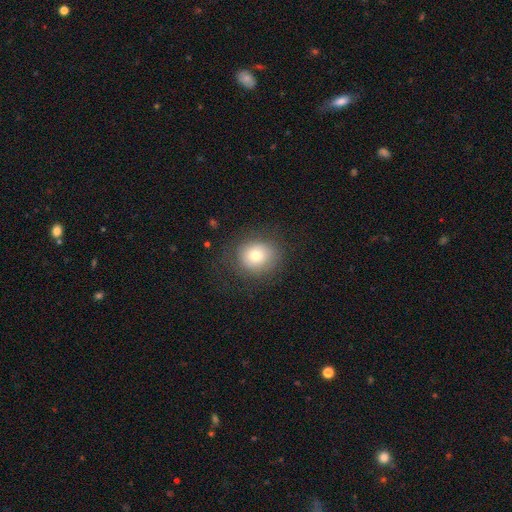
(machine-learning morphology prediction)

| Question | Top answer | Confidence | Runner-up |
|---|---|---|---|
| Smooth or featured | smooth | 71% | featured or disk (18%) |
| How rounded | round | 75% | in between (24%) |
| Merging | none | 76% | minor disturbance (15%) |